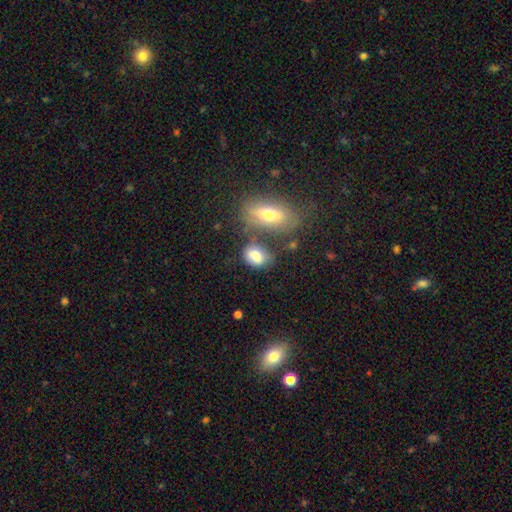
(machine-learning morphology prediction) This is likely a smooth galaxy (75%). How rounded: likely in between (73%). Merging: possibly none (46%).